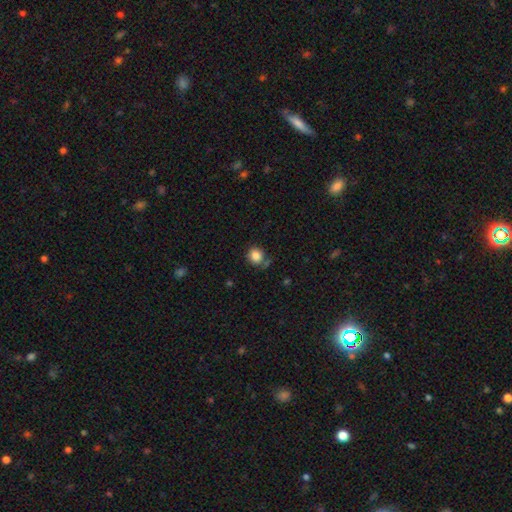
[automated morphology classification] A smooth galaxy with no disk features (85%) that is round (81%).

Vote fractions:
- Smooth or featured? smooth: 85% / star or artifact: 10% / featured or disk: 5%
- How rounded? round: 81% / in between: 18% / cigar-shaped: 1%
- Merging? none: 75% / minor disturbance: 14% / merger: 7% / major disturbance: 4%